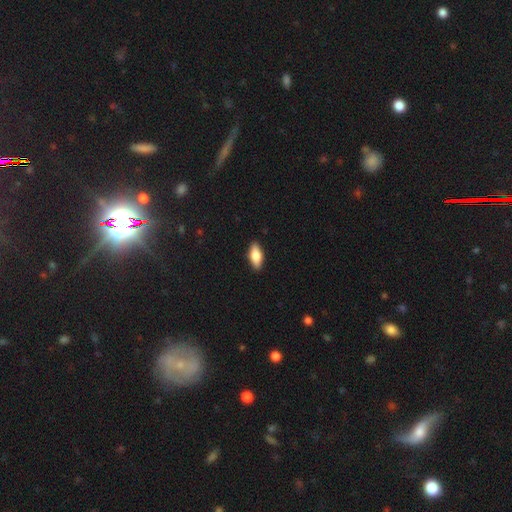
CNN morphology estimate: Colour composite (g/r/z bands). It shows a smooth galaxy with no disk features (75%) that is in between round and cigar-shaped (82%). Merging: none (89%).